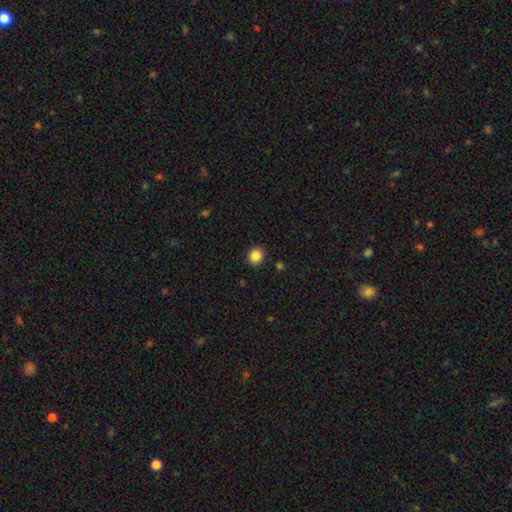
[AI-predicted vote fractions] Overall: smooth (86%). How rounded: round (79%). Merging: none (91%).